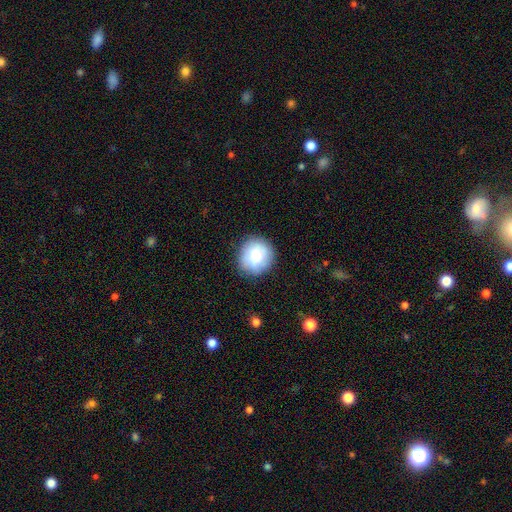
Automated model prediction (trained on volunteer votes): smooth_or_featured: smooth (p=0.78) [alt: featured or disk p=0.14]
how_rounded: round (p=0.90) [alt: in between p=0.09]
merging: none (p=0.86) [alt: minor disturbance p=0.10]